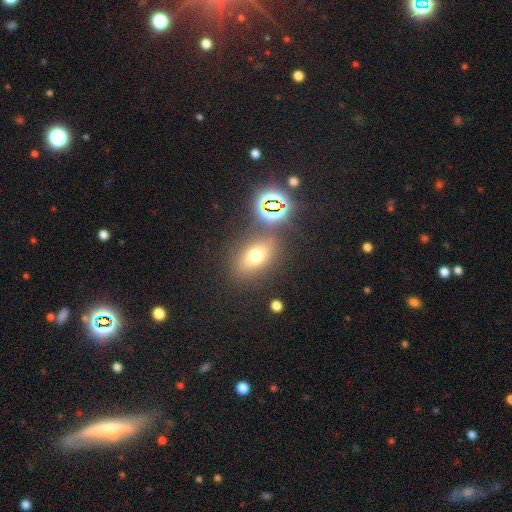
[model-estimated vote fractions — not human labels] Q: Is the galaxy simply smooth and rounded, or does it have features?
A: smooth — 64%.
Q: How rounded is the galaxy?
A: in between — 69%.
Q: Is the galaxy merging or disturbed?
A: none — 78%.